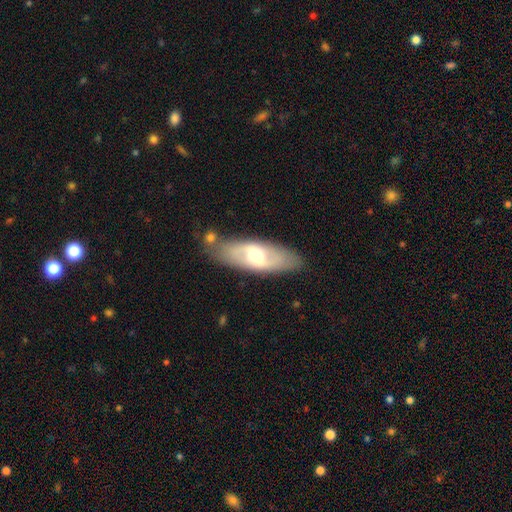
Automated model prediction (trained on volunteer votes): Smooth or featured? Predicted: featured or disk (p=0.56). Edge-on disk? Predicted: no (p=0.80). Merging? Predicted: none (p=0.77).